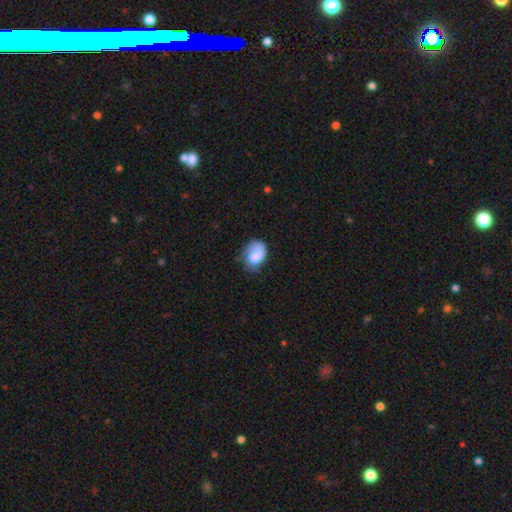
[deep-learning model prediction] A smooth galaxy with no disk features (59%) that is in between round and cigar-shaped (68%). Merging: none (40%).